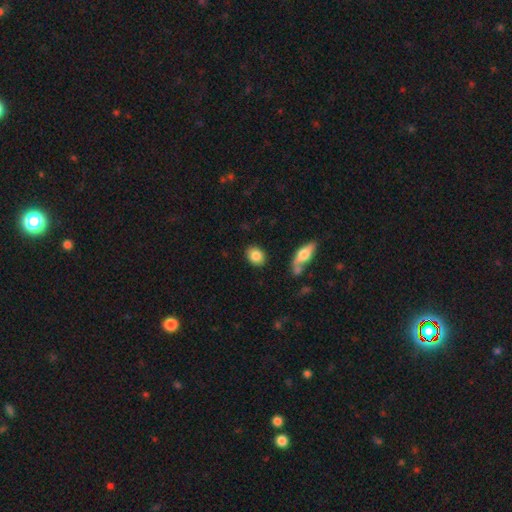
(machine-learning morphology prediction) smooth 85%, featured or disk 8%, star or artifact 7%. Down the decision tree: how rounded — in between (54%); merging — none (86%).